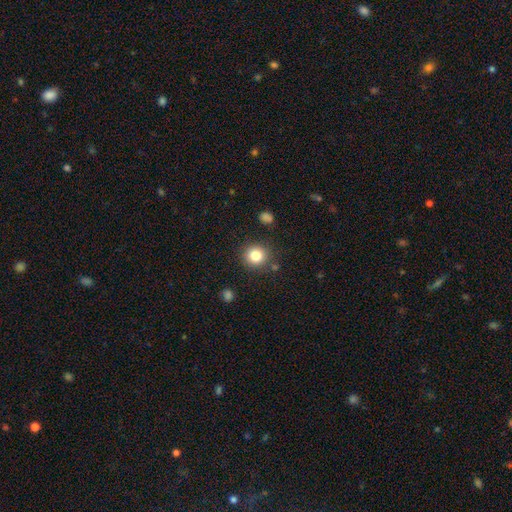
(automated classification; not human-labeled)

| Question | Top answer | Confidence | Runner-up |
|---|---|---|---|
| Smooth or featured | smooth | 82% | star or artifact (11%) |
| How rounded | round | 90% | in between (9%) |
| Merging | none | 86% | minor disturbance (8%) |